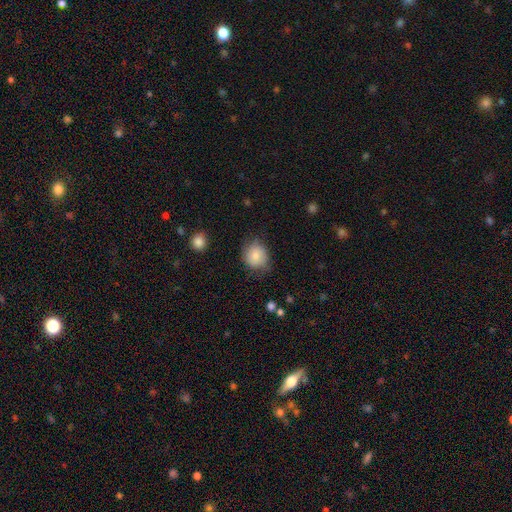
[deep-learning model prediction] smooth_or_featured: smooth (p=0.79) [alt: featured or disk p=0.13]
how_rounded: round (p=0.72) [alt: in between p=0.28]
merging: none (p=0.65) [alt: minor disturbance p=0.26]